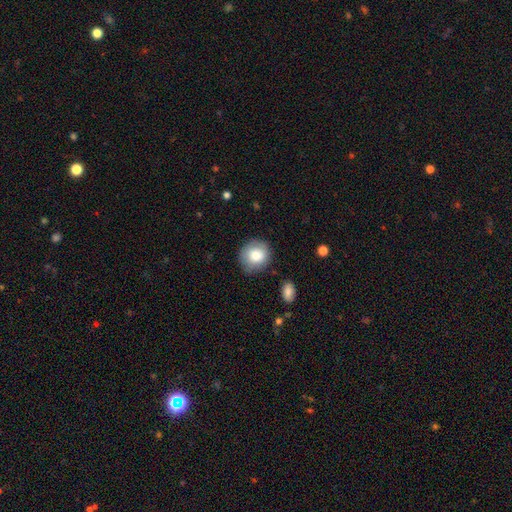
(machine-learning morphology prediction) A smooth galaxy with no disk features (80%) that is round (83%). Merging: none (79%).